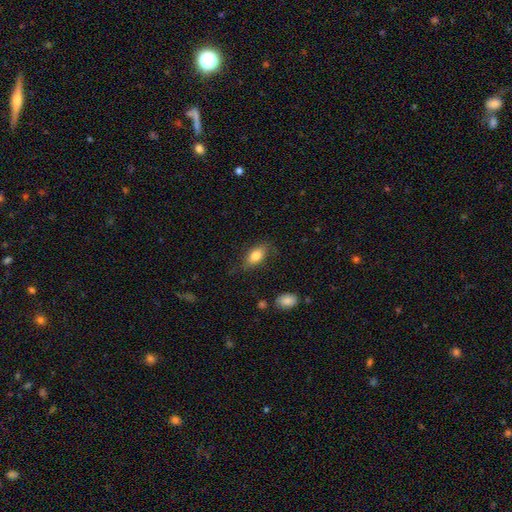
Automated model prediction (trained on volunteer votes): The model was most divided on "merging": none: 72%, minor disturbance: 20%, major disturbance: 6%, merger: 2%. More confident: how rounded — in between (87%); smooth or featured — smooth (79%).